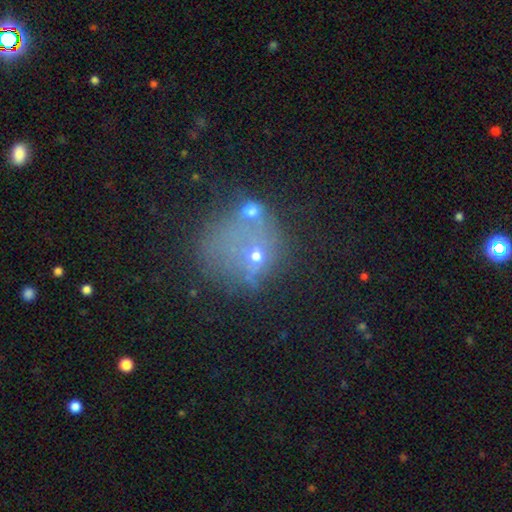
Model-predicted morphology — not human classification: Overall: smooth (40%; star or artifact 34%). Merging: none (43%; merger 26%).